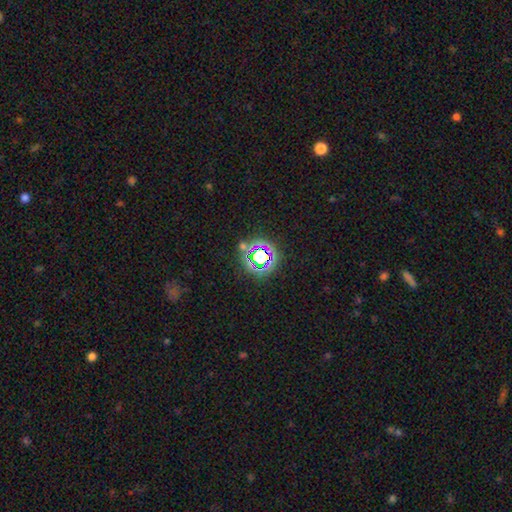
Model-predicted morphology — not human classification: smooth_or_featured: star or artifact (p=0.70) [alt: smooth p=0.20]